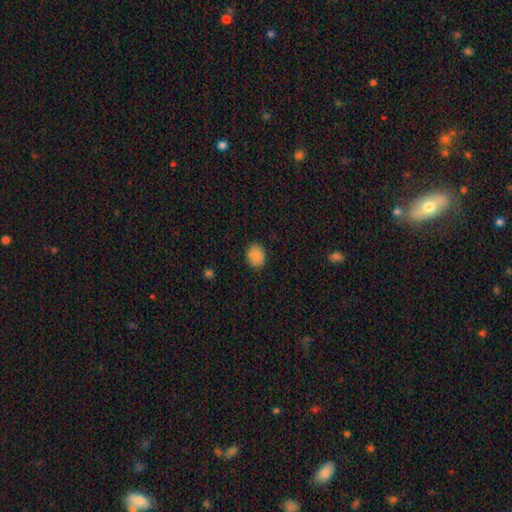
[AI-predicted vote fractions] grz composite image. It shows a smooth galaxy with no disk features (87%) that is round (52%). Merging: none (86%).